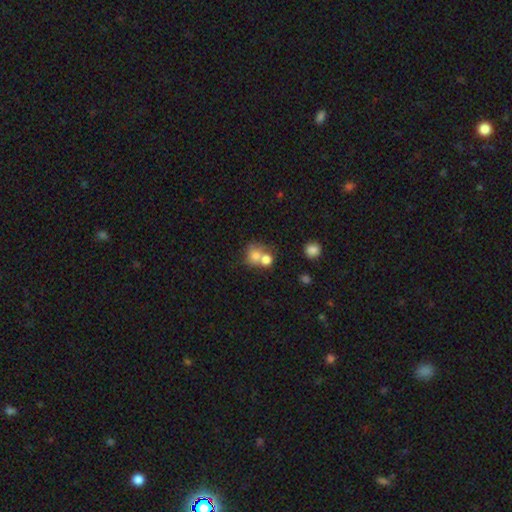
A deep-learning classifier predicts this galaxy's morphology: Smooth or featured? Predicted: smooth (p=0.73). How rounded? Predicted: round (p=0.73). Merging? Predicted: merger (p=0.56).